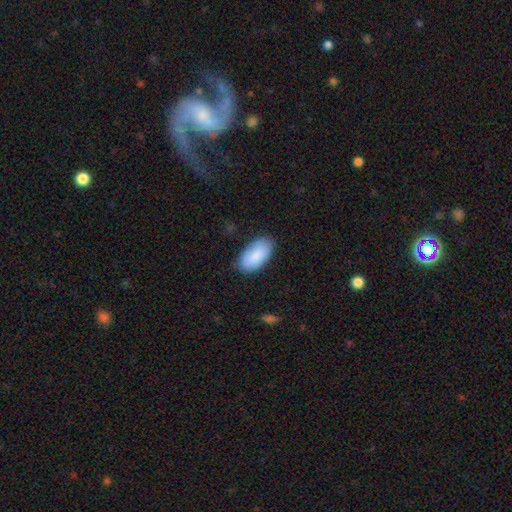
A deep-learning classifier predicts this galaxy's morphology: Smooth or featured: smooth — 86% (featured or disk — 8%)
How rounded: in between — 95% (round — 3%)
Merging: none — 79% (minor disturbance — 17%)